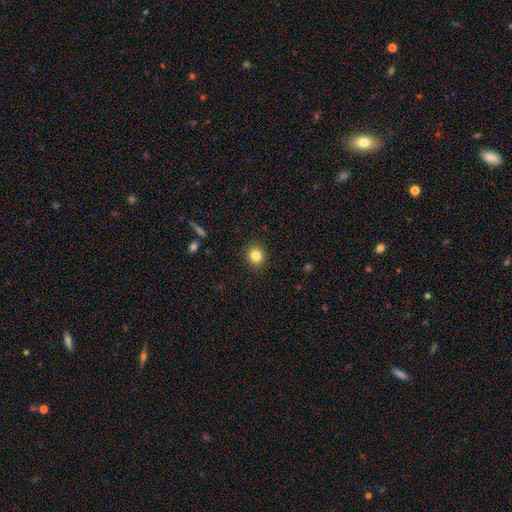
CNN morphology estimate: Smooth or featured: smooth — 83% (star or artifact — 11%)
How rounded: round — 83% (in between — 16%)
Merging: none — 90% (minor disturbance — 7%)